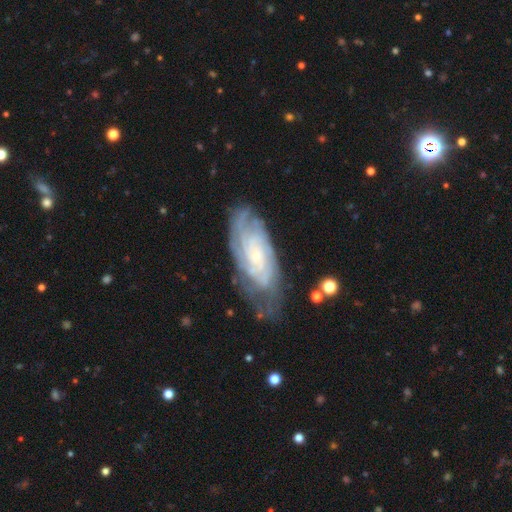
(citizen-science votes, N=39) Morphology: type=featured or disk (64%); edge-on=no (84%); bar=no (76%); spiral arms=yes (95%); winding=tight (65%); arm count=can't tell (70%); bulge=small (48%); merging=none (75%).